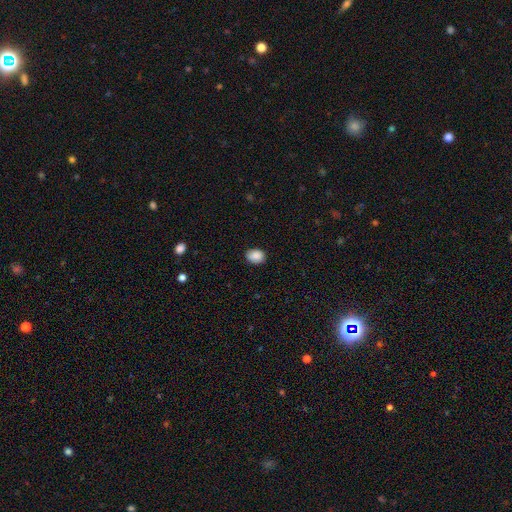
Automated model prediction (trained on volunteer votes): smooth 89%, star or artifact 8%, featured or disk 3%. Down the decision tree: how rounded — in between (61%); merging — none (85%).